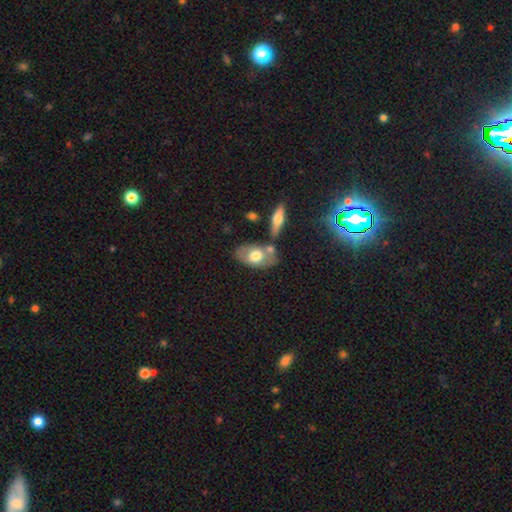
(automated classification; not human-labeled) smooth 59%, featured or disk 35%, star or artifact 6%. Down the decision tree: how rounded — in between (89%); merging — none (57%).